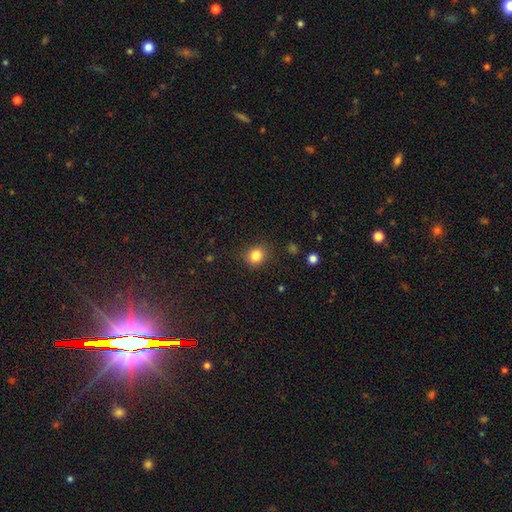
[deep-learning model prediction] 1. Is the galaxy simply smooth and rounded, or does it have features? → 84% smooth, 11% star or artifact, 5% featured or disk.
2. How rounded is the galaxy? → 73% round, 26% in between, 1% cigar-shaped.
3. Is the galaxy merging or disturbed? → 85% none, 10% minor disturbance, 3% major disturbance, 1% merger.